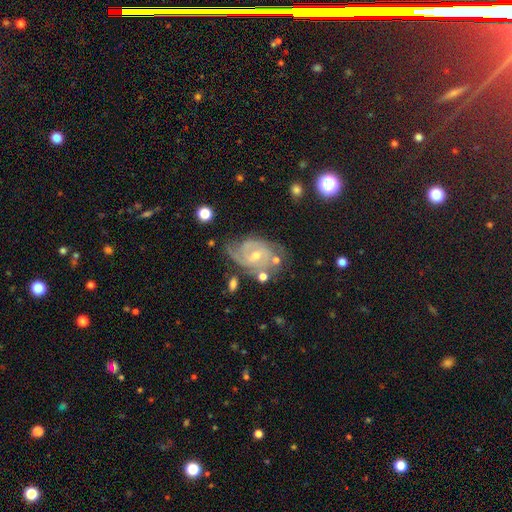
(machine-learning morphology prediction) smooth-or-featured: featured or disk: 84% | smooth: 8% | star or artifact: 8%
  disk-edge-on: no: 97% | yes: 3%
    bar: no: 52% | weak: 38% | strong: 10%
    has-spiral-arms: yes: 95% | no: 5%
      spiral-winding: tight: 56% | medium: 35% | loose: 9%
      spiral-arm-count: 2: 42% | can't tell: 25% | 3: 20% | 1: 6% | 4: 4% | more than 4: 3%
    bulge-size: small: 52% | moderate: 45% | none: 1% | large: 1% | dominant: 1%
  merging: none: 57% | minor disturbance: 25% | major disturbance: 12% | merger: 6%